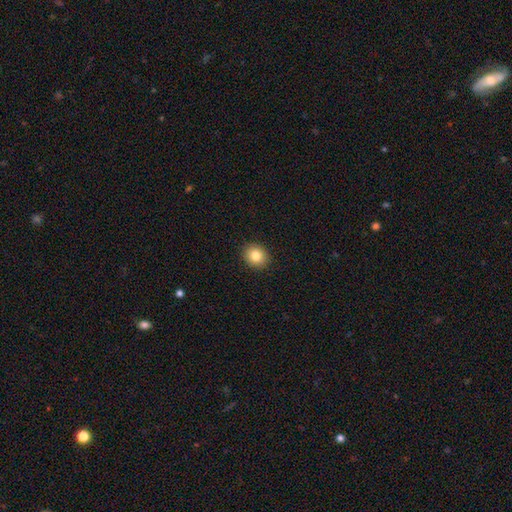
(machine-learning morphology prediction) A smooth galaxy with no disk features (82%) that is round (71%).

Vote fractions:
- Smooth or featured? smooth: 82% / star or artifact: 10% / featured or disk: 8%
- How rounded? round: 71% / in between: 28% / cigar-shaped: 1%
- Merging? none: 92% / minor disturbance: 6% / major disturbance: 2% / merger: 1%